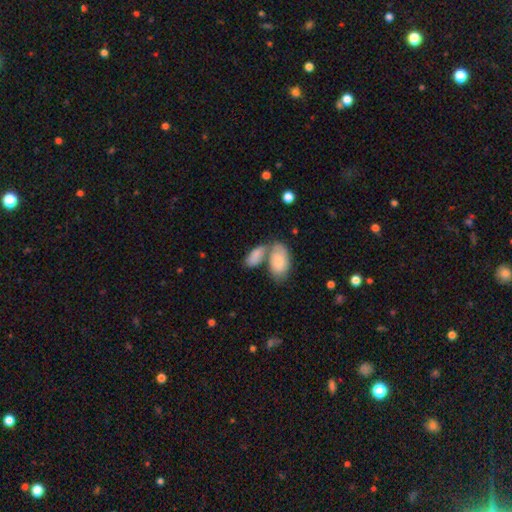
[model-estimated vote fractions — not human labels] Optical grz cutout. It shows a smooth galaxy with no disk features (78%) that is in between round and cigar-shaped (91%). Merging: merger (50%).